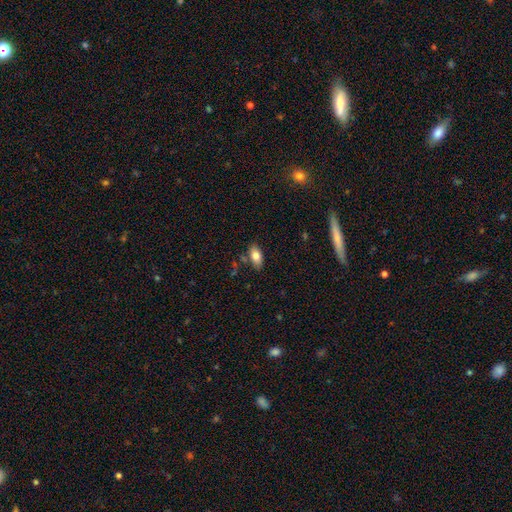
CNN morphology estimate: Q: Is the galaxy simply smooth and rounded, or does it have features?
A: smooth — 79%.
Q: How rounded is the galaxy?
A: in between — 90%.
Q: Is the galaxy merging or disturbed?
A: none — 79%.